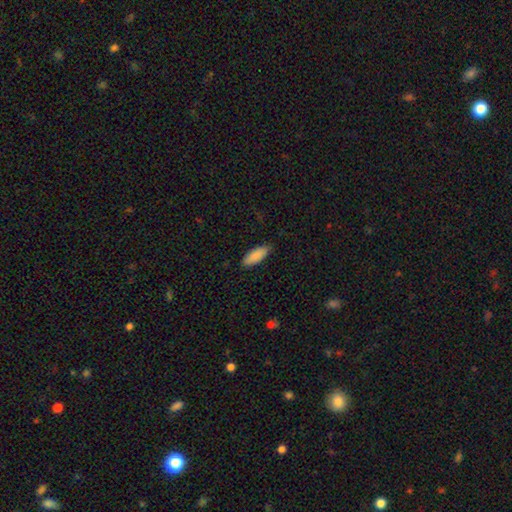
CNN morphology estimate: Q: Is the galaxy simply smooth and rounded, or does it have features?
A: smooth — 87%.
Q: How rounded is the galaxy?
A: in between — 77%.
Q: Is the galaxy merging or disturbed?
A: none — 83%.